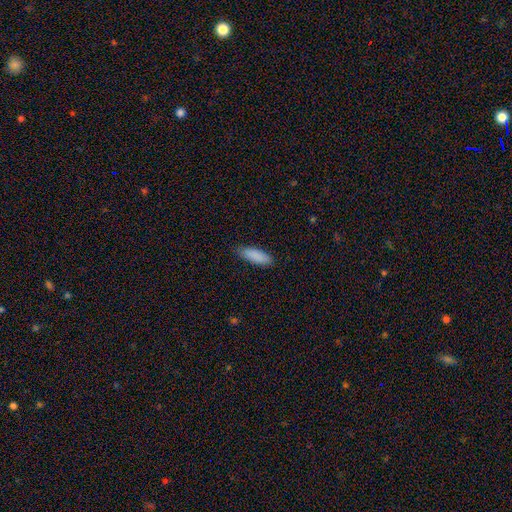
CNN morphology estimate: The model was most divided on "how rounded": in between: 59%, cigar-shaped: 40%, round: 1%. More confident: smooth or featured — smooth (89%); merging — none (83%).